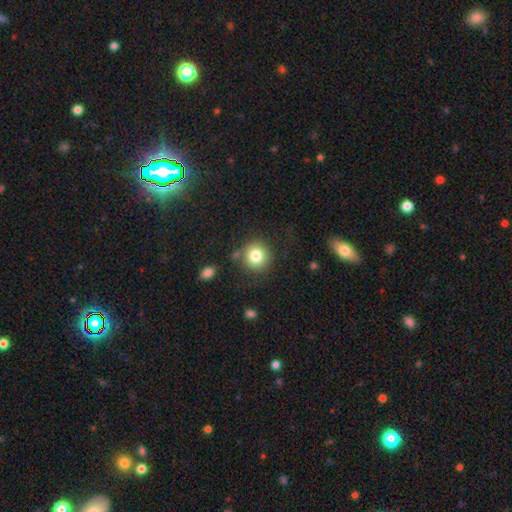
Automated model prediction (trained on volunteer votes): The model was most divided on "merging": none: 79%, minor disturbance: 11%, merger: 5%, major disturbance: 5%. More confident: how rounded — round (92%); smooth or featured — smooth (80%).